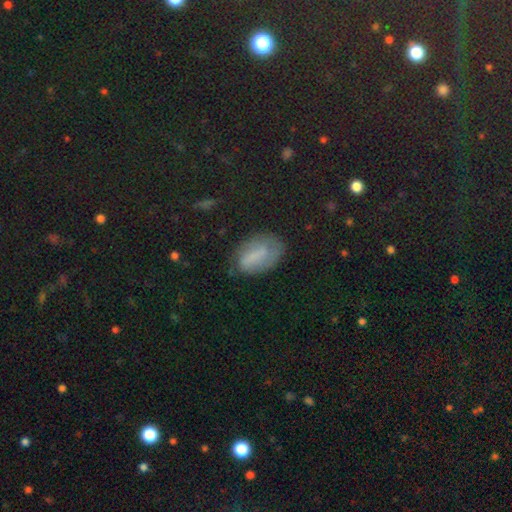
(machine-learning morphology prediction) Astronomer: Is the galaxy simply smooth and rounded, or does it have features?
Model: smooth — 64%.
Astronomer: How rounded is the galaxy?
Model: in between — 89%.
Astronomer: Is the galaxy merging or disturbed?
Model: none — 63%.